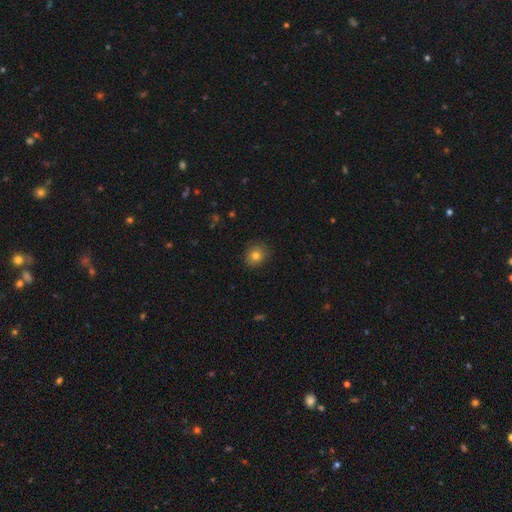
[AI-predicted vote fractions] Q: Smooth or featured?
A: smooth (80%); runner-up: star or artifact (12%)
Q: How rounded?
A: round (77%); runner-up: in between (22%)
Q: Merging?
A: none (88%); runner-up: minor disturbance (9%)